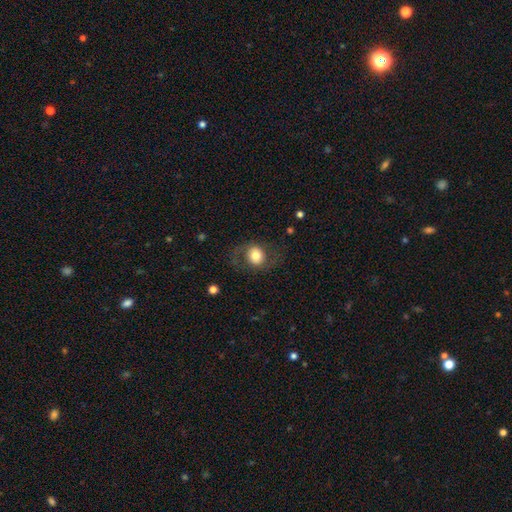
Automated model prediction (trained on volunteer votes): Smooth or featured? Predicted: smooth (p=0.61). How rounded? Predicted: round (p=0.69). Merging? Predicted: none (p=0.71).